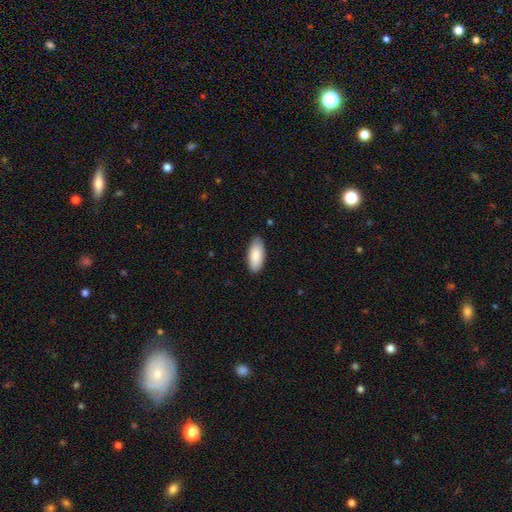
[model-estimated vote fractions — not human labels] Smooth or featured? Predicted: smooth (p=0.88). How rounded? Predicted: in between (p=0.89). Merging? Predicted: none (p=0.86).